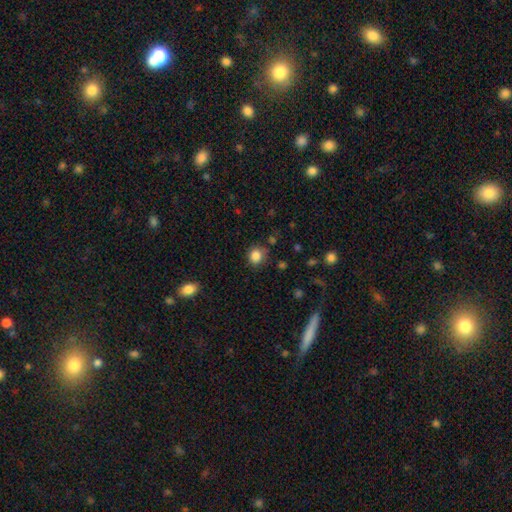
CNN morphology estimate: This appears to be a smooth galaxy with no disk features (84%) that is round (79%). Merging: none (77%).